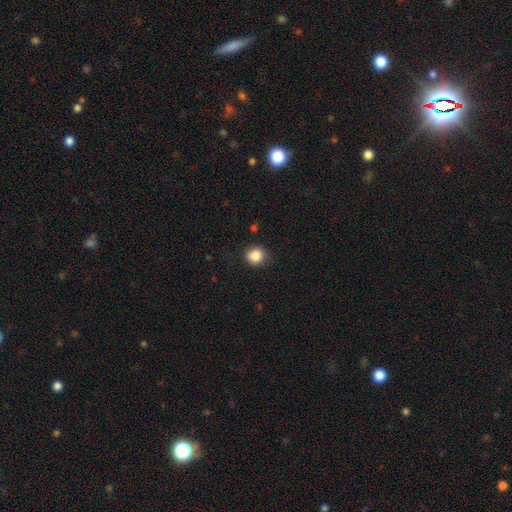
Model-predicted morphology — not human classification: Q: Smooth or featured?
A: smooth (86%); runner-up: star or artifact (10%)
Q: How rounded?
A: round (85%); runner-up: in between (14%)
Q: Merging?
A: none (84%); runner-up: minor disturbance (11%)